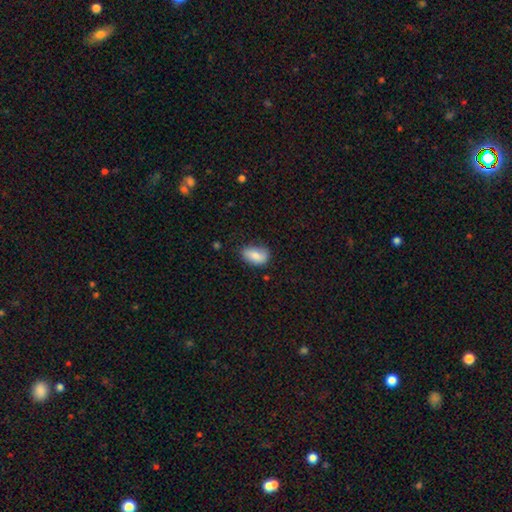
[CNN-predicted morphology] The model was most divided on "merging": none: 68%, minor disturbance: 25%, major disturbance: 5%, merger: 2%. More confident: how rounded — in between (89%); smooth or featured — smooth (80%).